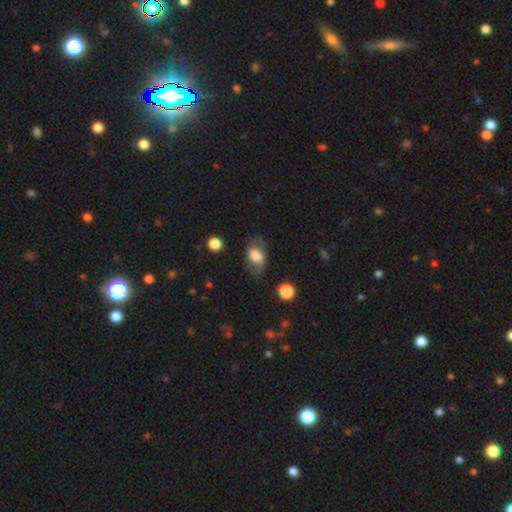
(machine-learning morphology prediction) smooth_or_featured: smooth (p=0.55) [alt: featured or disk p=0.37]
how_rounded: in between (p=0.79) [alt: round p=0.18]
merging: none (p=0.67) [alt: minor disturbance p=0.20]